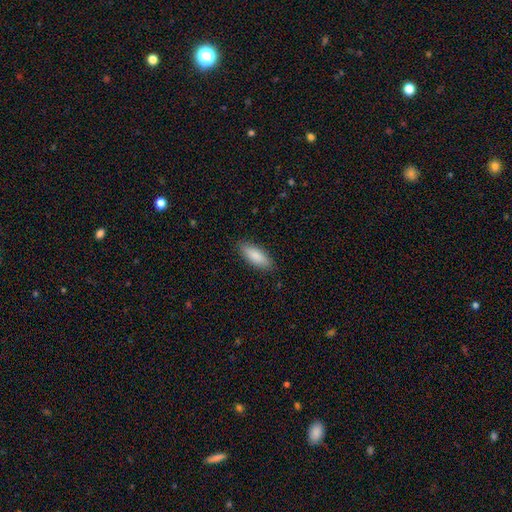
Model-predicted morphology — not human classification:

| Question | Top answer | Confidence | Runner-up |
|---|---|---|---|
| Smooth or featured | smooth | 86% | featured or disk (9%) |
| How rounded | in between | 69% | cigar-shaped (29%) |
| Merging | none | 87% | minor disturbance (10%) |